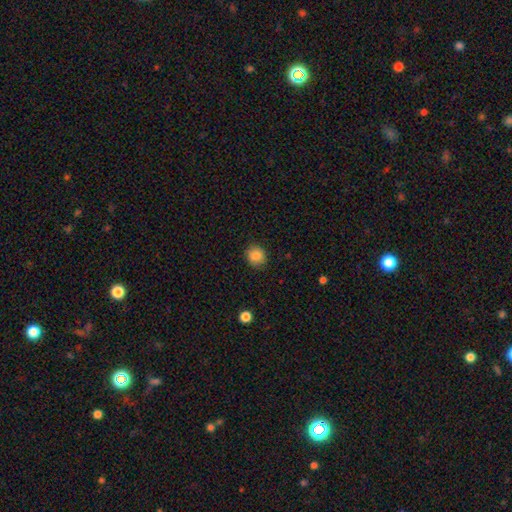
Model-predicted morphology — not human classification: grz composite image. It shows a smooth galaxy with no disk features (86%) that is round (83%). Merging: none (88%).